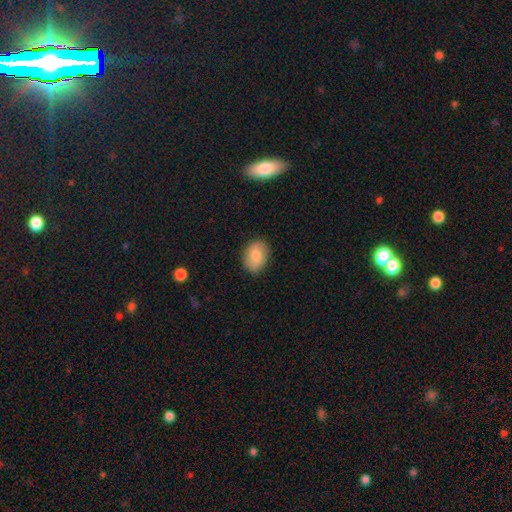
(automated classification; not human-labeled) This is clearly a smooth galaxy (82%). How rounded: likely in between (71%). Merging: clearly none (82%).